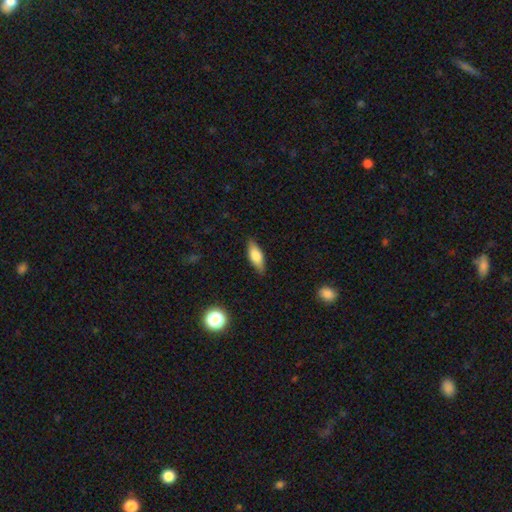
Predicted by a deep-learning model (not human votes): Smooth or featured? smooth (69%)
How rounded? in between (65%)
Merging? none (85%)